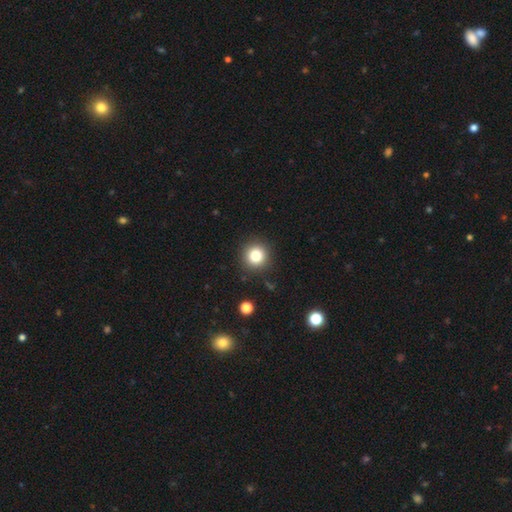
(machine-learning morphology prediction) This is clearly a smooth galaxy (81%). How rounded: clearly round (94%). Merging: clearly none (90%).